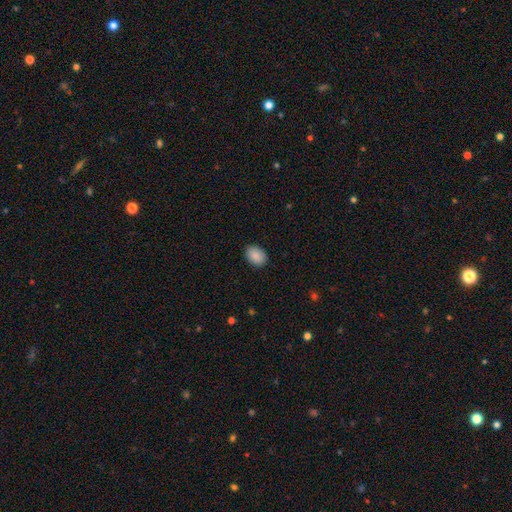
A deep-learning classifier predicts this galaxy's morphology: A smooth galaxy with no disk features (90%) that is in between round and cigar-shaped (79%).

Vote fractions:
- Smooth or featured? smooth: 90% / star or artifact: 7% / featured or disk: 3%
- How rounded? in between: 79% / round: 20% / cigar-shaped: 1%
- Merging? none: 88% / minor disturbance: 9% / major disturbance: 2% / merger: 1%